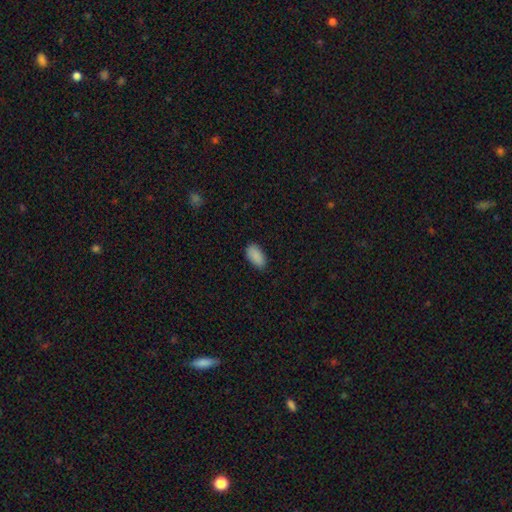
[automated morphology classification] type=smooth (90%); roundness=in between (94%); merging=none (83%).